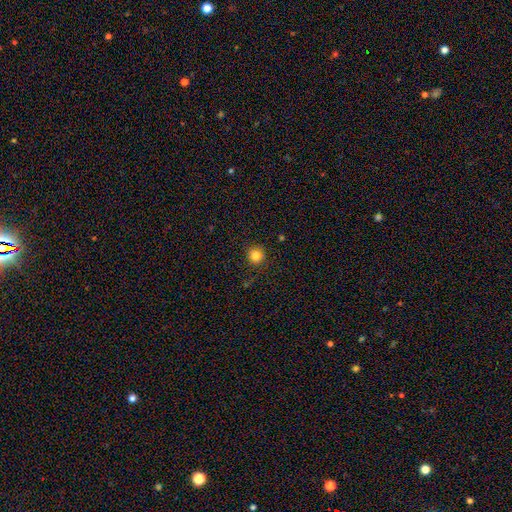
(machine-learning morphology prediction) type=smooth (83%); roundness=round (94%); merging=none (90%).